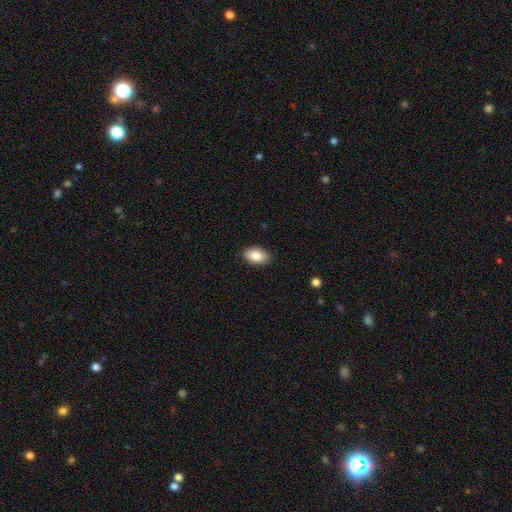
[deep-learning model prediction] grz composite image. It shows a smooth galaxy with no disk features (85%) that is in between round and cigar-shaped (91%). Merging: none (89%).